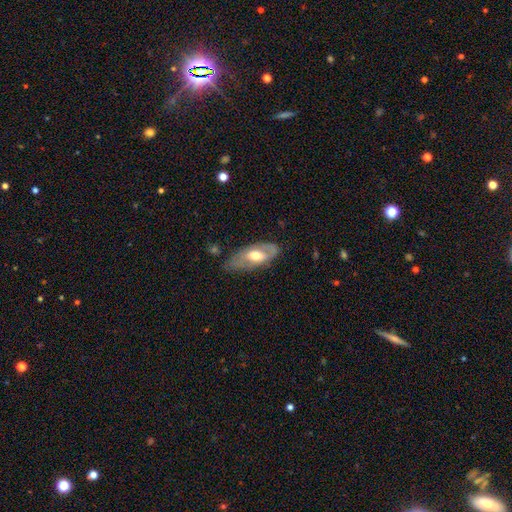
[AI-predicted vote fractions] Morphology: type=featured or disk (52%); edge-on=no (79%); merging=none (60%).